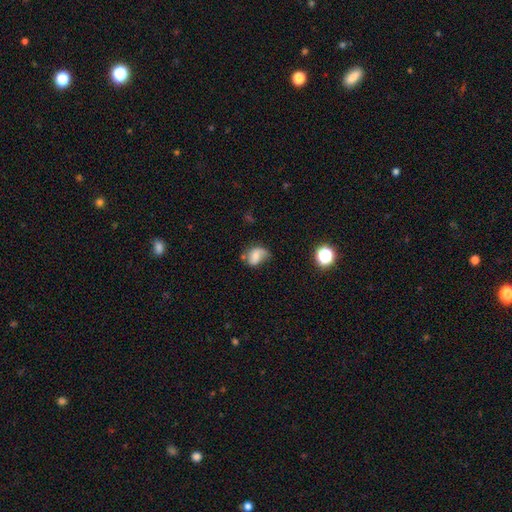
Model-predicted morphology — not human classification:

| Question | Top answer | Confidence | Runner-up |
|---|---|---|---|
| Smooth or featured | smooth | 56% | featured or disk (33%) |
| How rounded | in between | 68% | round (30%) |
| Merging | none | 40% | minor disturbance (35%) |